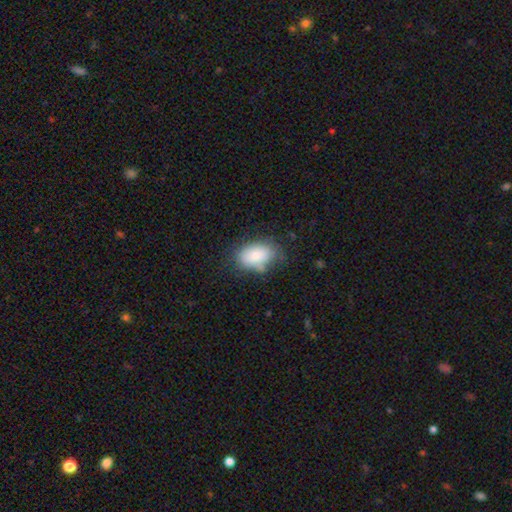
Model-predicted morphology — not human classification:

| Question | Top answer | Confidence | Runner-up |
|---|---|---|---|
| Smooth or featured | smooth | 82% | featured or disk (10%) |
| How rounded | in between | 87% | round (12%) |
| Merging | none | 61% | minor disturbance (26%) |